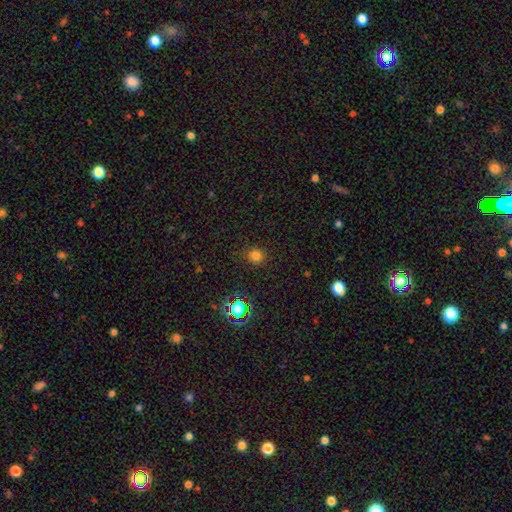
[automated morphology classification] Smooth or featured? Predicted: smooth (p=0.74). How rounded? Predicted: round (p=0.88). Merging? Predicted: none (p=0.83).